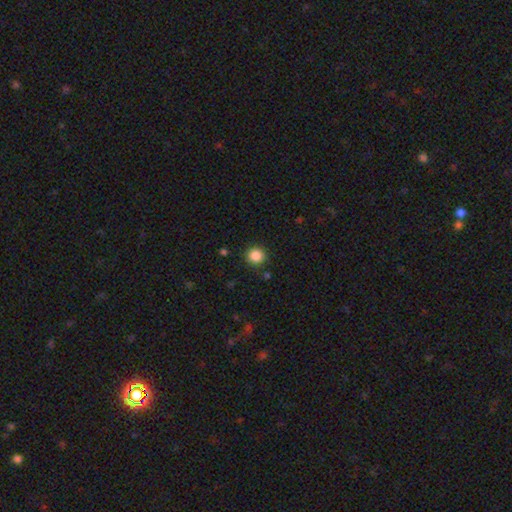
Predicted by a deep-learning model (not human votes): This appears to be a smooth galaxy with no disk features (87%) that is round (92%). Merging: none (90%).